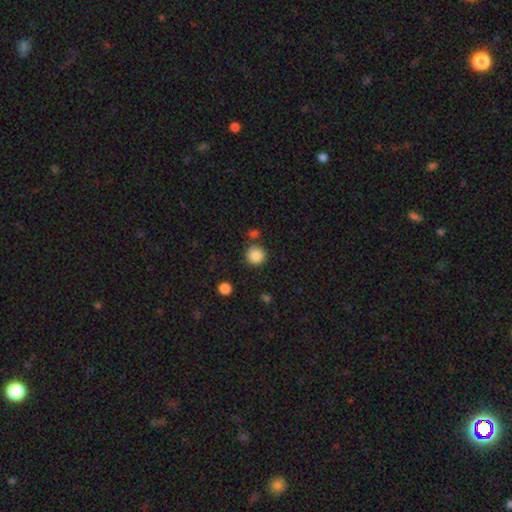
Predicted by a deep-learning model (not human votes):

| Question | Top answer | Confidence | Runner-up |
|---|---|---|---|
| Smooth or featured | smooth | 87% | star or artifact (10%) |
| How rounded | round | 92% | in between (7%) |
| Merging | none | 78% | minor disturbance (10%) |